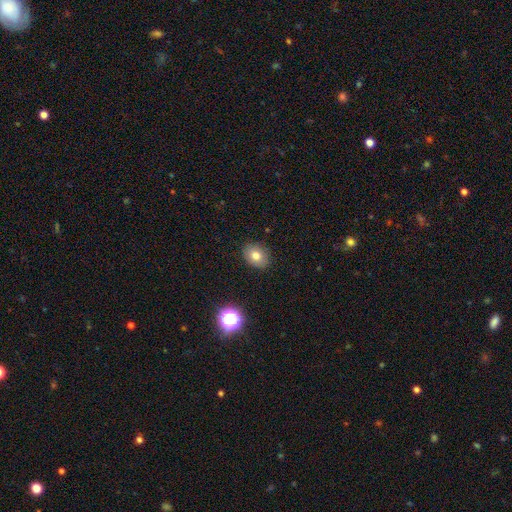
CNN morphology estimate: A smooth galaxy with no disk features (78%) that is in between round and cigar-shaped (56%).

Vote fractions:
- Smooth or featured? smooth: 78% / star or artifact: 12% / featured or disk: 10%
- How rounded? in between: 56% / round: 43% / cigar-shaped: 1%
- Merging? none: 87% / minor disturbance: 9% / major disturbance: 2% / merger: 1%